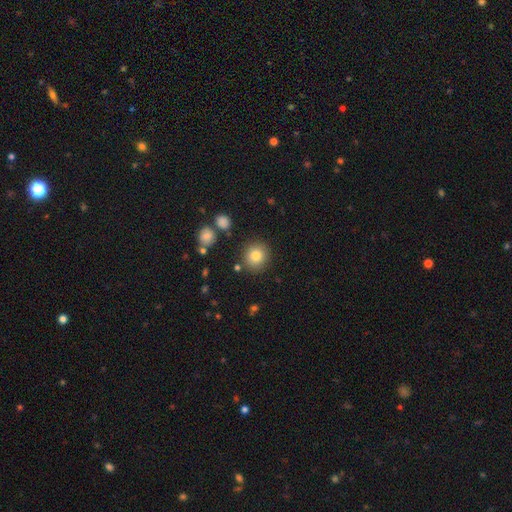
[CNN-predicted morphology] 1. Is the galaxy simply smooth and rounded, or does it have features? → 82% smooth, 11% star or artifact, 8% featured or disk.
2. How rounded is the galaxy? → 88% round, 11% in between, 1% cigar-shaped.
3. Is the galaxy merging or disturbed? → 86% none, 8% minor disturbance, 3% merger, 3% major disturbance.